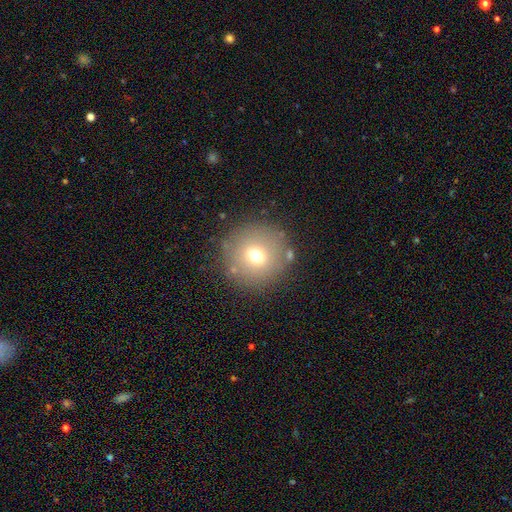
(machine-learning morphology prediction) A smooth galaxy with no disk features (68%) that is round (95%). Merging: none (87%).